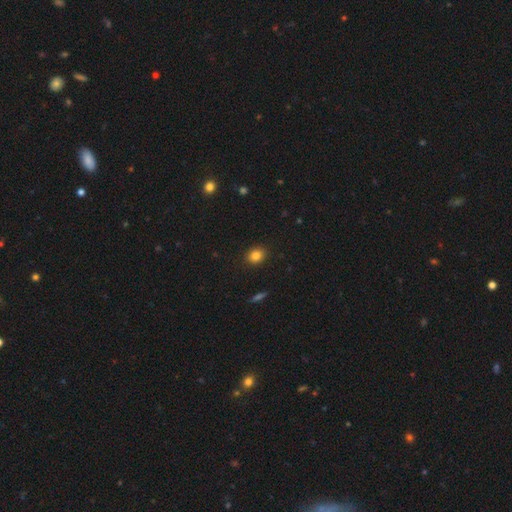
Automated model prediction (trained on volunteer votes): The model was most divided on "how rounded": round: 64%, in between: 35%, cigar-shaped: 1%. More confident: merging — none (90%); smooth or featured — smooth (83%).